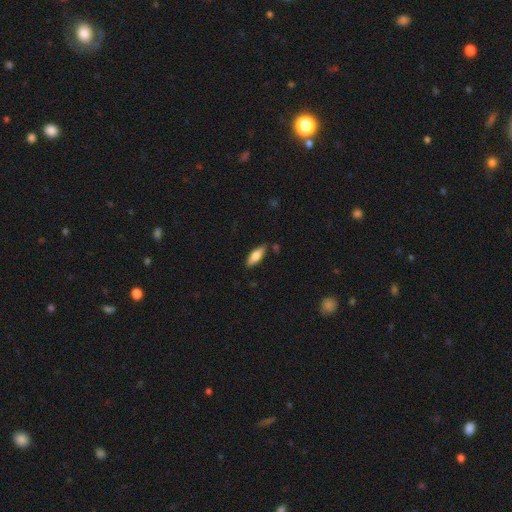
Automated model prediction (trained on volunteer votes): smooth 69%, featured or disk 25%, star or artifact 6%. Down the decision tree: how rounded — in between (63%); merging — none (82%).